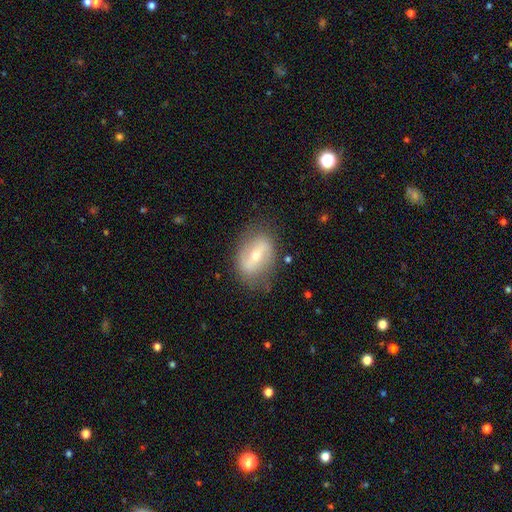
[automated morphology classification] A featured or disk galaxy (61%) with a strong bar (53%), no spiral arms (55%) and a small central bulge (48%).

Vote fractions:
- Smooth or featured? featured or disk: 61% / smooth: 31% / star or artifact: 7%
- Edge-on disk? no: 89% / yes: 11%
- Bar? strong: 53% / weak: 28% / no: 19%
- Spiral arms? no: 55% / yes: 45%
- Bulge size? small: 48% / moderate: 47% / large: 2% / none: 1% / dominant: 1%
- Merging? none: 73% / minor disturbance: 18% / major disturbance: 7% / merger: 2%